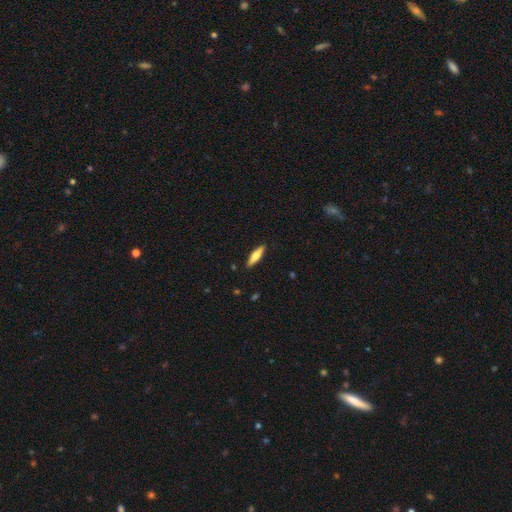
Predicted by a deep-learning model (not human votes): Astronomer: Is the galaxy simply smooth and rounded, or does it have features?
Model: smooth — 59% (runner-up: featured or disk, 35%).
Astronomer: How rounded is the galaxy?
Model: cigar-shaped — 68%.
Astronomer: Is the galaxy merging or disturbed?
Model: none — 89%.